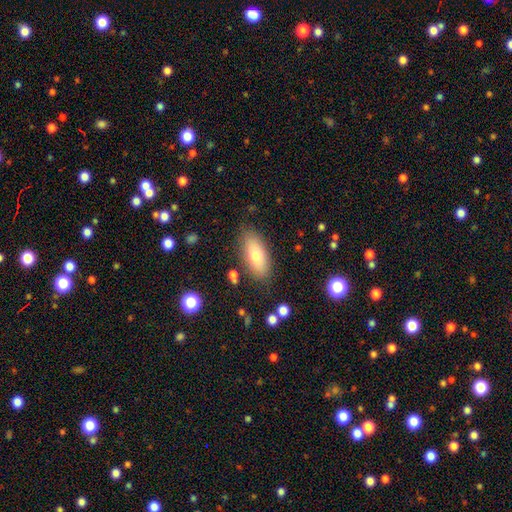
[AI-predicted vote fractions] smooth_or_featured: smooth (p=0.74) [alt: featured or disk p=0.19]
how_rounded: in between (p=0.84) [alt: cigar-shaped p=0.13]
merging: none (p=0.82) [alt: minor disturbance p=0.12]